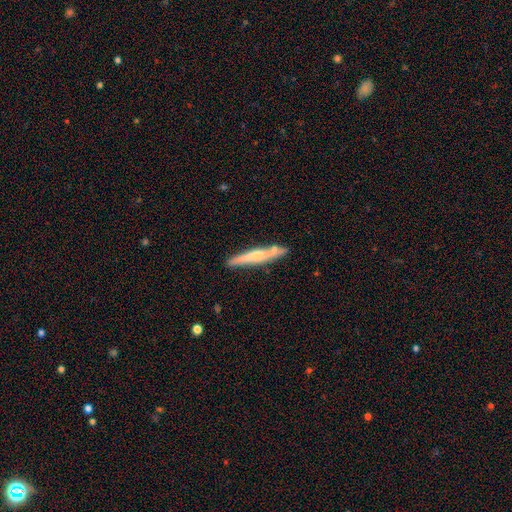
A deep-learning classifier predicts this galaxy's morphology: This is possibly a smooth galaxy (52%). How rounded: clearly cigar-shaped (93%). Merging: likely none (78%).